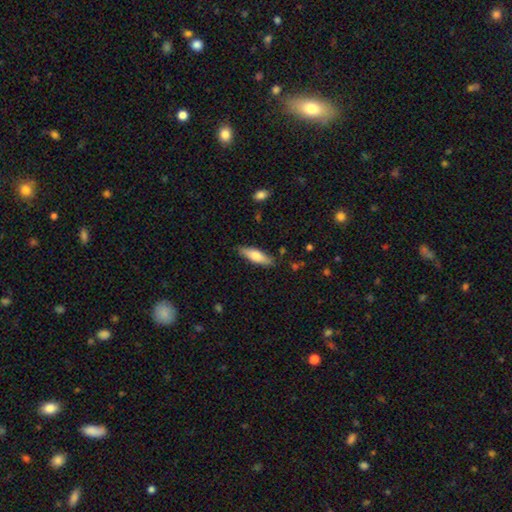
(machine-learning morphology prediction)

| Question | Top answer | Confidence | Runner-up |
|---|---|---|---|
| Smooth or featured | smooth | 71% | featured or disk (23%) |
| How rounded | cigar-shaped | 52% | in between (46%) |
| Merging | none | 85% | minor disturbance (11%) |